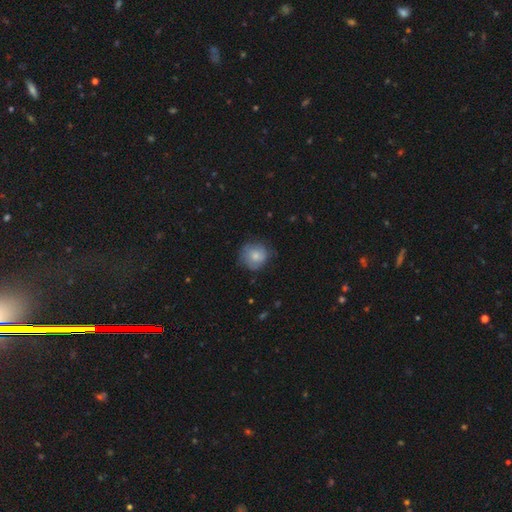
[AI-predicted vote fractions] Smooth or featured? Predicted: smooth (p=0.73). How rounded? Predicted: round (p=0.88). Merging? Predicted: none (p=0.69).